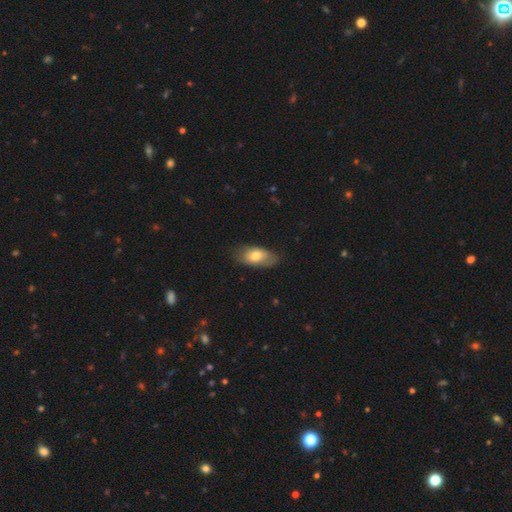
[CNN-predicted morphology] This appears to be a smooth galaxy with no disk features (71%) that is in between round and cigar-shaped (90%). Merging: none (72%).